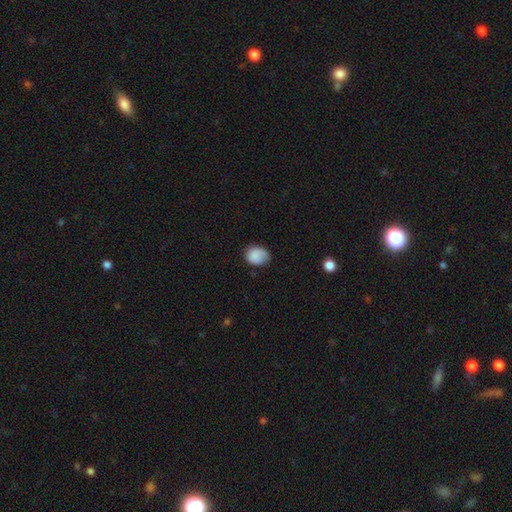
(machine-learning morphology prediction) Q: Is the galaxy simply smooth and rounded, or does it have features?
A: smooth — 85%.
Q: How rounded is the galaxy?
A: round — 55%.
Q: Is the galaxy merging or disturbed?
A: none — 59%.